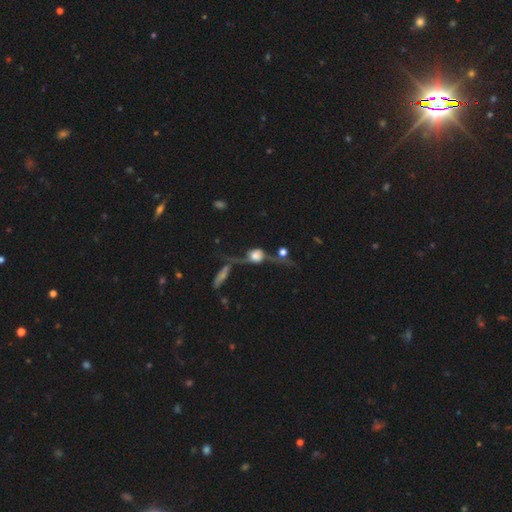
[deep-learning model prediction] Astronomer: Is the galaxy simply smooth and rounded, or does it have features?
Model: featured or disk — 52% (runner-up: smooth, 34%).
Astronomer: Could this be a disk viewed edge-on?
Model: yes — 63%.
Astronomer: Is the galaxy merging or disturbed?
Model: none — 38% (runner-up: merger, 26%).